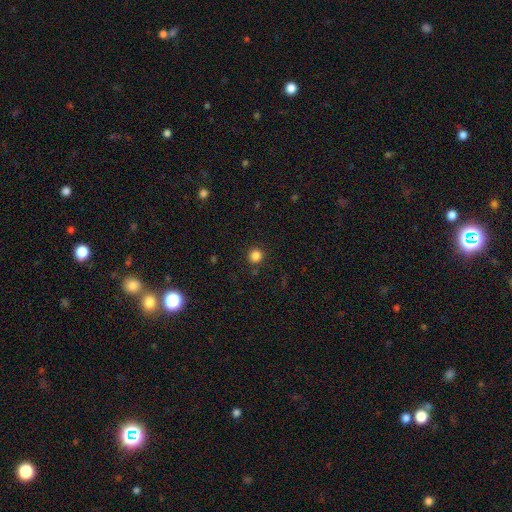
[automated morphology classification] Smooth or featured?
  - smooth: 84% *
  - star or artifact: 12%
  - featured or disk: 4%
How rounded?
  - round: 94% *
  - in between: 6%
  - cigar-shaped: 1%
Merging?
  - none: 90% *
  - minor disturbance: 6%
  - major disturbance: 2%
  - merger: 2%